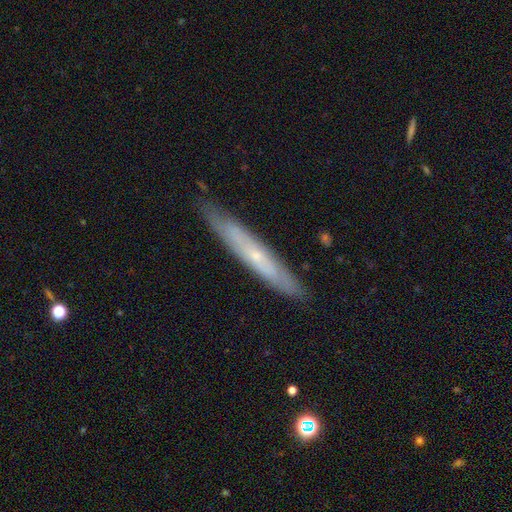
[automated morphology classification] Q: Smooth or featured?
A: featured or disk (57%); runner-up: smooth (36%)
Q: Edge-on disk?
A: yes (76%); runner-up: no (24%)
Q: Merging?
A: none (84%); runner-up: minor disturbance (13%)